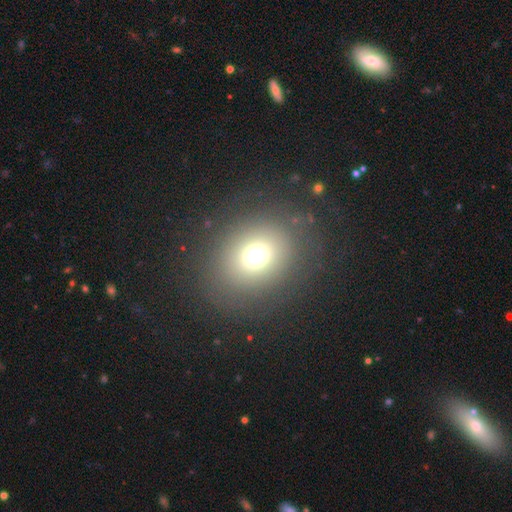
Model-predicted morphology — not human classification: Smooth or featured? Predicted: smooth (p=0.69). How rounded? Predicted: round (p=0.70). Merging? Predicted: none (p=0.83).